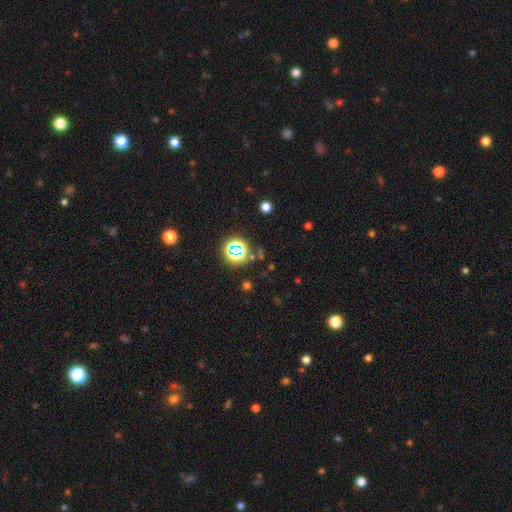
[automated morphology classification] A star or artifact, not a galaxy (66%).

Vote fractions:
- Smooth or featured? star or artifact: 66% / smooth: 25% / featured or disk: 10%